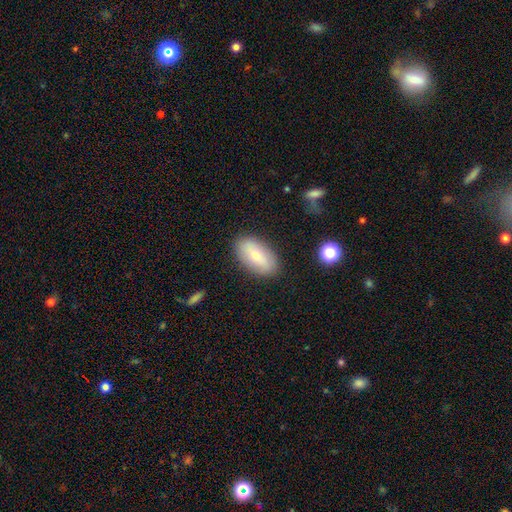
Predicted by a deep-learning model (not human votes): Q: Smooth or featured?
A: smooth (65%); runner-up: featured or disk (28%)
Q: How rounded?
A: in between (92%); runner-up: round (4%)
Q: Merging?
A: none (85%); runner-up: minor disturbance (11%)